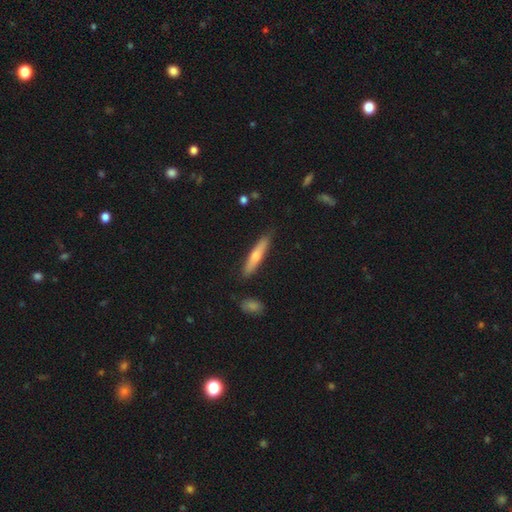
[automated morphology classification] This is likely a smooth galaxy (62%). How rounded: clearly cigar-shaped (89%). Merging: clearly none (85%).